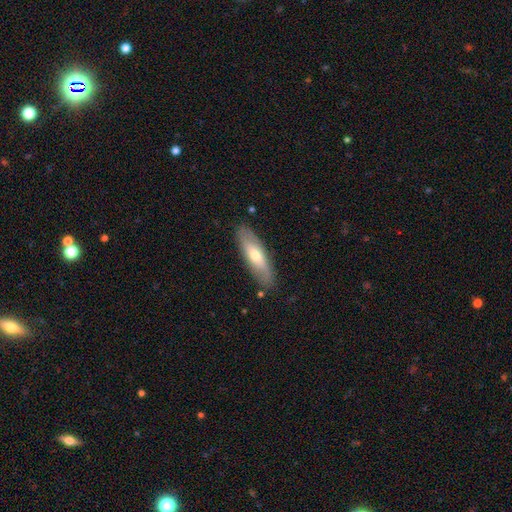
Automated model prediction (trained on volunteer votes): Smooth or featured?
  - smooth: 56% *
  - featured or disk: 39%
  - star or artifact: 6%
How rounded?
  - in between: 50% *
  - cigar-shaped: 48%
  - round: 2%
Merging?
  - none: 84% *
  - minor disturbance: 12%
  - major disturbance: 3%
  - merger: 2%